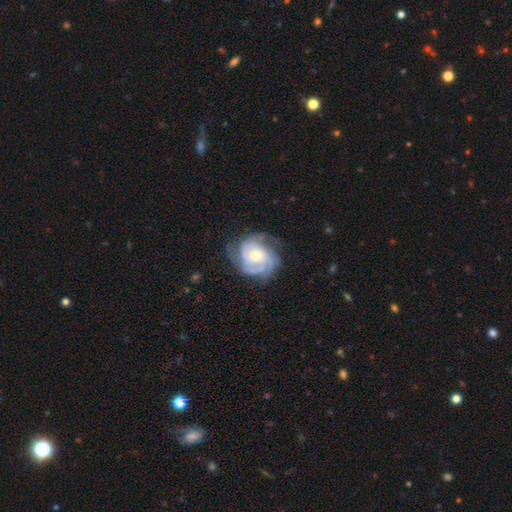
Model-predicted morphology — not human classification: A featured or disk galaxy (83%) with no bar (70%), 3 (34%) tight (52%) spiral arms (95%) and a moderate central bulge (51%). Merging: none (64%).